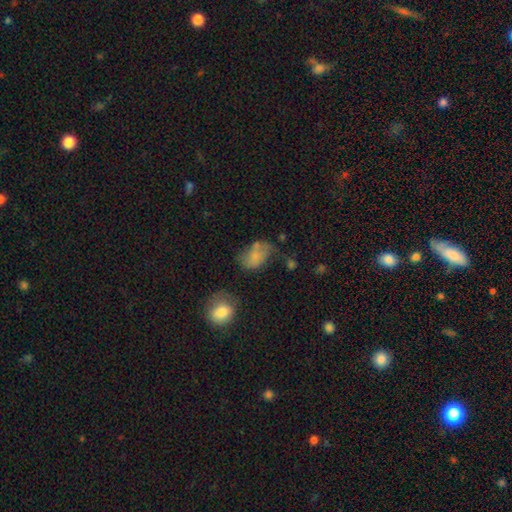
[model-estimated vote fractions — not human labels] Morphology: type=smooth (66%); roundness=in between (82%); merging=none (39%).